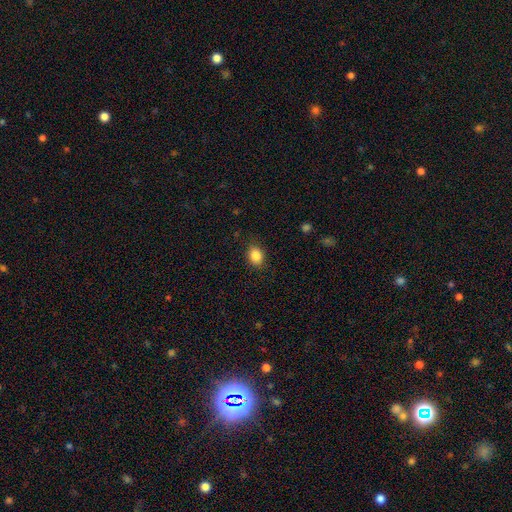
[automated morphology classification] A smooth galaxy with no disk features (87%) that is in between round and cigar-shaped (56%). Merging: none (85%).